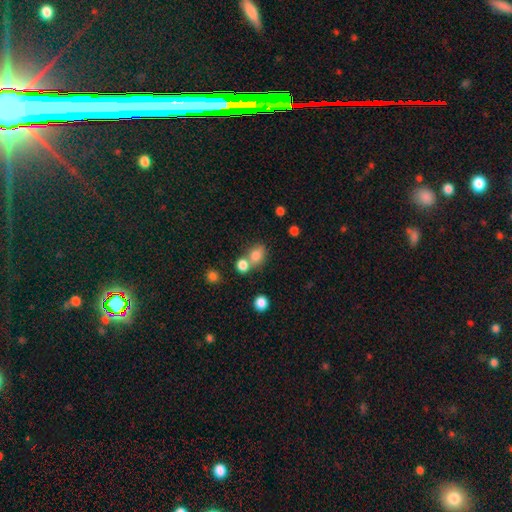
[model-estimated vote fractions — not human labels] Smooth or featured? smooth (79%)
How rounded? in between (51%)
Merging? none (47%)